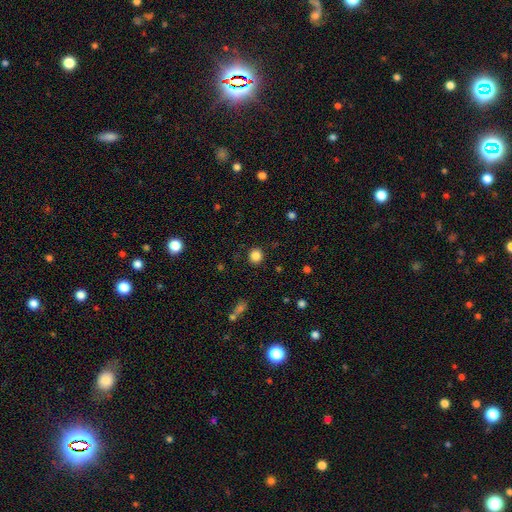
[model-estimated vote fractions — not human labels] Smooth or featured? Predicted: smooth (p=0.85). How rounded? Predicted: round (p=0.92). Merging? Predicted: none (p=0.90).